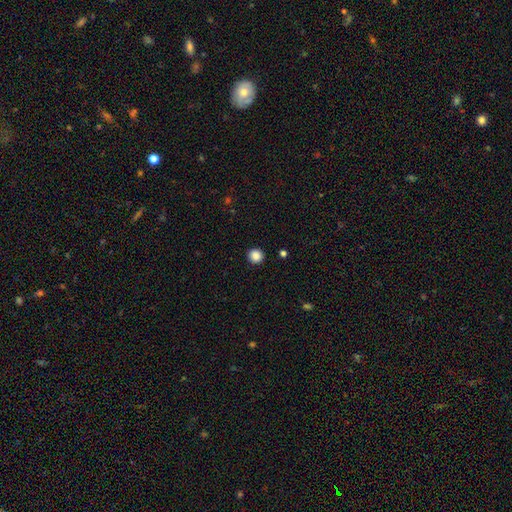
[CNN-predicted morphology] Q: Smooth or featured?
A: smooth (87%); runner-up: star or artifact (10%)
Q: How rounded?
A: round (94%); runner-up: in between (5%)
Q: Merging?
A: none (92%); runner-up: minor disturbance (5%)